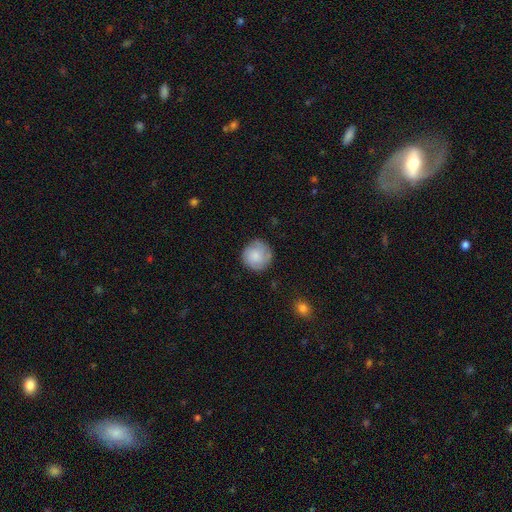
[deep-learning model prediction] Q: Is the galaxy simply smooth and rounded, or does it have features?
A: smooth — 74%.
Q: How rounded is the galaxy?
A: round — 94%.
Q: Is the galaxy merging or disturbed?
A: none — 80%.